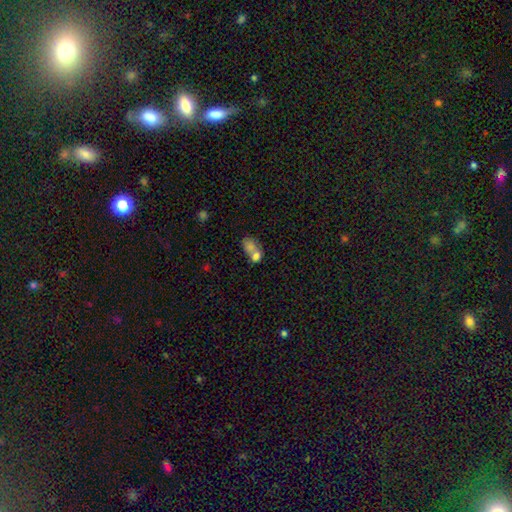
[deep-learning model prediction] This appears to be a smooth galaxy with no disk features (70%) that is in between round and cigar-shaped (69%). Merging: merger (66%).